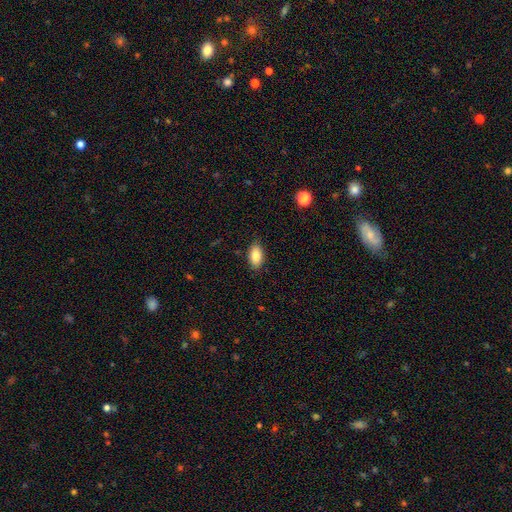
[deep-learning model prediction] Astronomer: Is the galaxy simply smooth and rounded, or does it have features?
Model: smooth — 87%.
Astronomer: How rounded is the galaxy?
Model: in between — 93%.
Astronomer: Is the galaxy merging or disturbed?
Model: none — 86%.